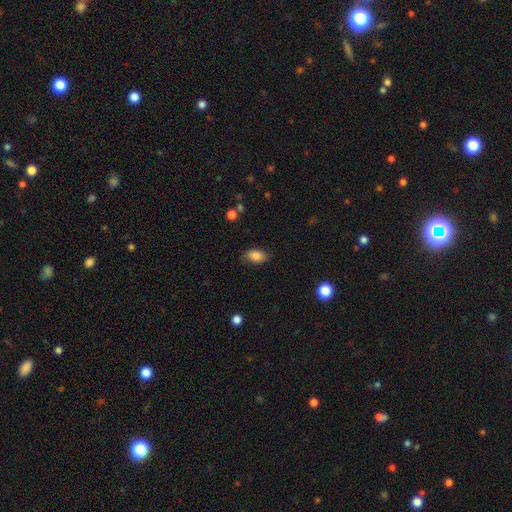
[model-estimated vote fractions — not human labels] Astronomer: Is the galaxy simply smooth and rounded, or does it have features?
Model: smooth — 82%.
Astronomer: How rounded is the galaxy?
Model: in between — 90%.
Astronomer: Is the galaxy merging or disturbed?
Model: none — 78%.